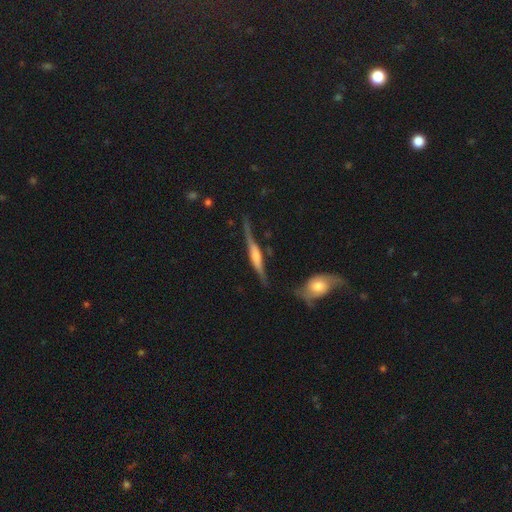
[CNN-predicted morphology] This appears to be a featured or disk galaxy (77%) viewed edge-on (96%) with a rounded central bulge (65%). Merging: none (70%).